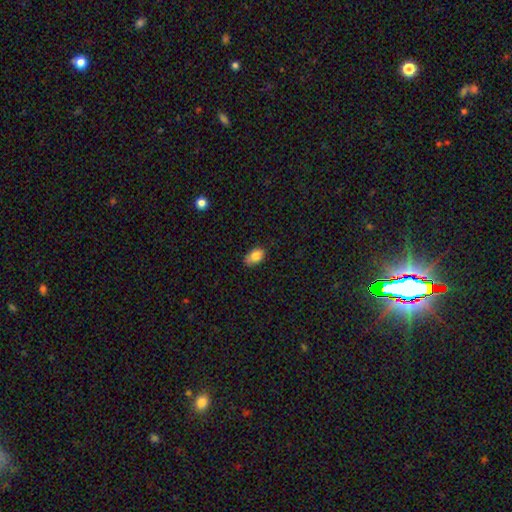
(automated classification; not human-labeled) Morphology: type=smooth (83%); roundness=in between (85%); merging=none (69%).